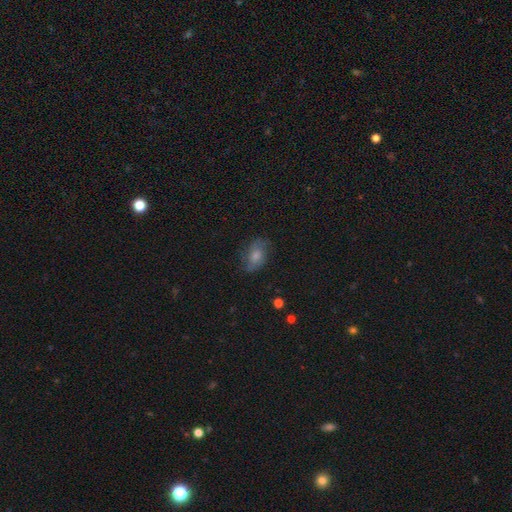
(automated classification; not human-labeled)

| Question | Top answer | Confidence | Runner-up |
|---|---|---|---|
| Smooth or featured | smooth | 52% | featured or disk (38%) |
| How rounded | in between | 79% | round (19%) |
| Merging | none | 67% | minor disturbance (23%) |